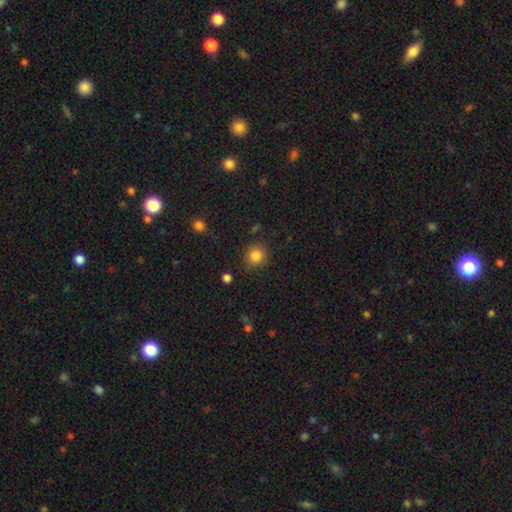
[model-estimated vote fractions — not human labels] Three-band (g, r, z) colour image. It shows a smooth galaxy with no disk features (85%) that is round (89%). Merging: none (84%).